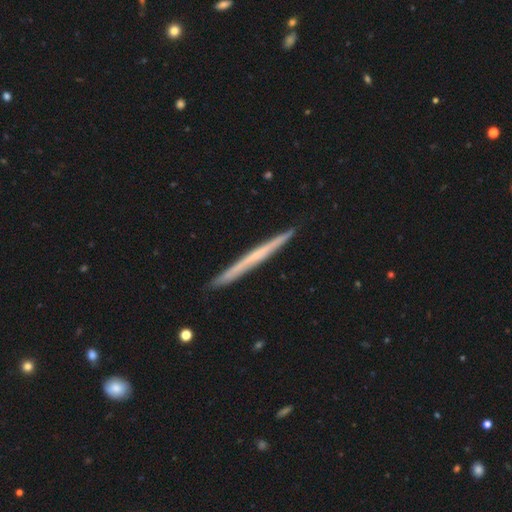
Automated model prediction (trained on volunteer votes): This is possibly a featured or disk galaxy (58%). It is clearly viewed edge-on (97%). Edge-on bulge: clearly none (82%). Merging: clearly none (91%).